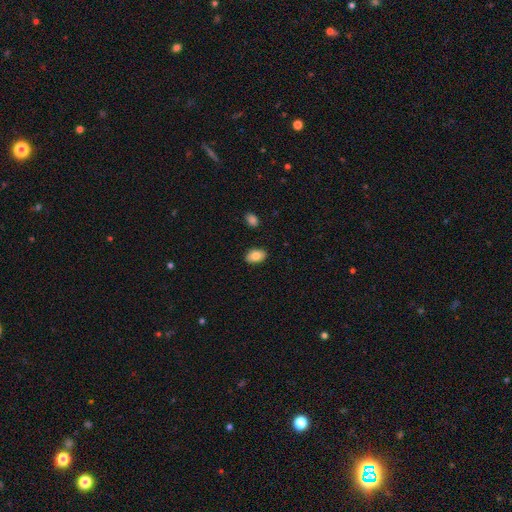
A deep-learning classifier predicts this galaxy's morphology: Smooth or featured? smooth (84%)
How rounded? in between (87%)
Merging? none (88%)